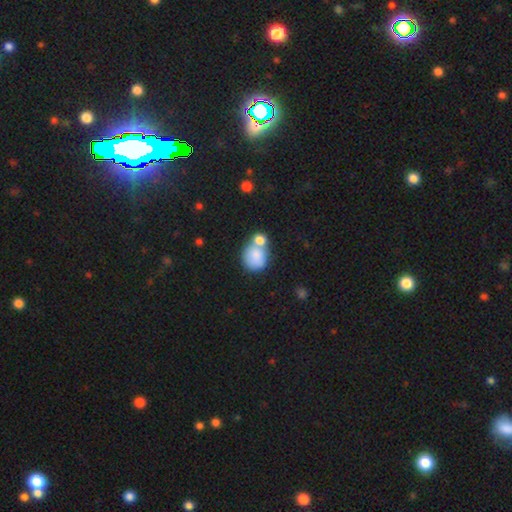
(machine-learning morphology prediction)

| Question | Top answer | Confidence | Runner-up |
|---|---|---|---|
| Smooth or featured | smooth | 80% | featured or disk (12%) |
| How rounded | round | 68% | in between (31%) |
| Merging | merger | 50% | none (33%) |